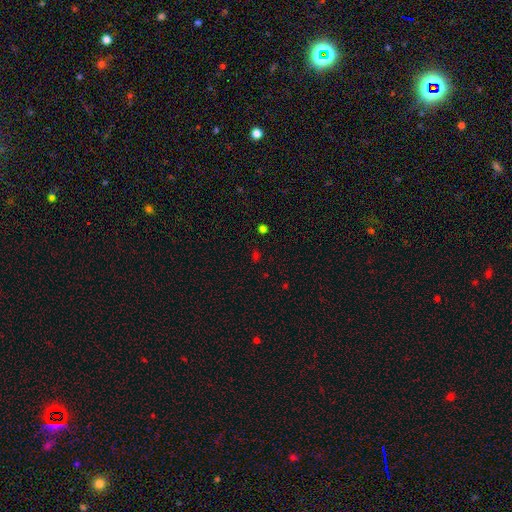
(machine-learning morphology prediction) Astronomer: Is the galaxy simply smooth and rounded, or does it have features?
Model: smooth — 50% (runner-up: star or artifact, 44%).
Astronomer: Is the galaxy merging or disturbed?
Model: none — 80%.